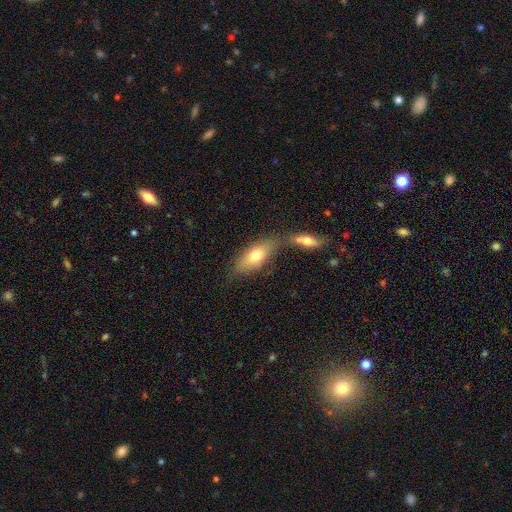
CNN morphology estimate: Q: Smooth or featured?
A: smooth (69%); runner-up: featured or disk (24%)
Q: How rounded?
A: in between (79%); runner-up: cigar-shaped (17%)
Q: Merging?
A: none (46%); runner-up: merger (34%)